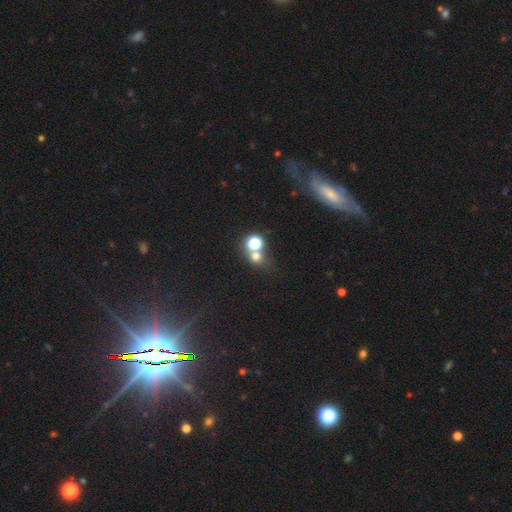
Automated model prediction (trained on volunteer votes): Smooth or featured? smooth (64%)
How rounded? round (80%)
Merging? none (50%)